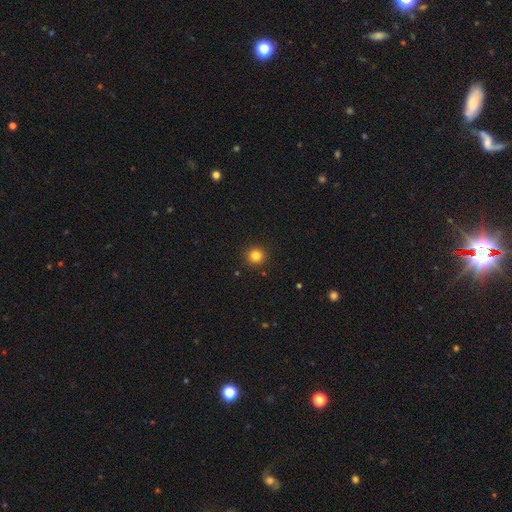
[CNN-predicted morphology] A smooth galaxy with no disk features (83%) that is round (95%). Merging: none (92%).